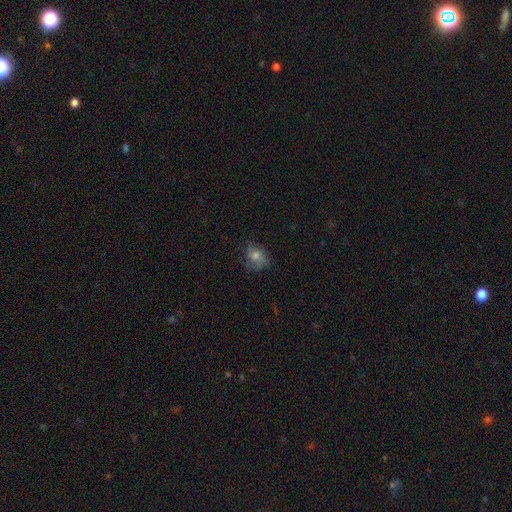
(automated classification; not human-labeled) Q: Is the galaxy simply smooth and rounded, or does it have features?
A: smooth — 55%.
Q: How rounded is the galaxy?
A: round — 49%, tied with in between.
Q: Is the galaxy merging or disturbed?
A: none — 58%.